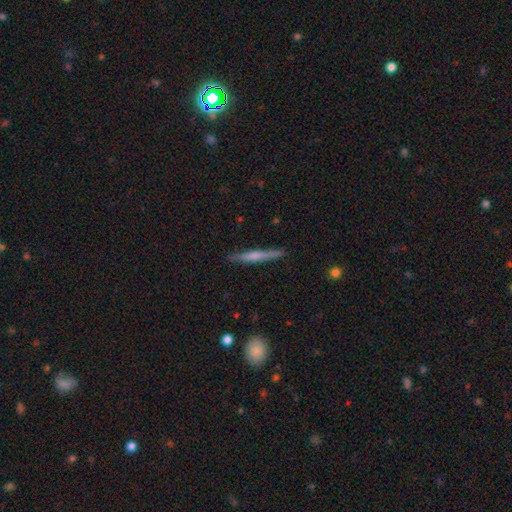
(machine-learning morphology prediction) The model was most divided on "edge-on bulge": rounded: 43%, none: 41%, boxy: 16%. More confident: edge-on disk — yes (97%); merging — none (89%); smooth or featured — featured or disk (52%).